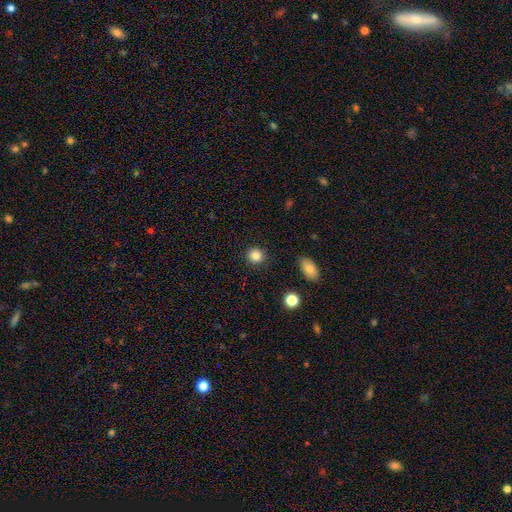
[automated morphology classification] type=smooth (85%); roundness=round (87%); merging=none (90%).